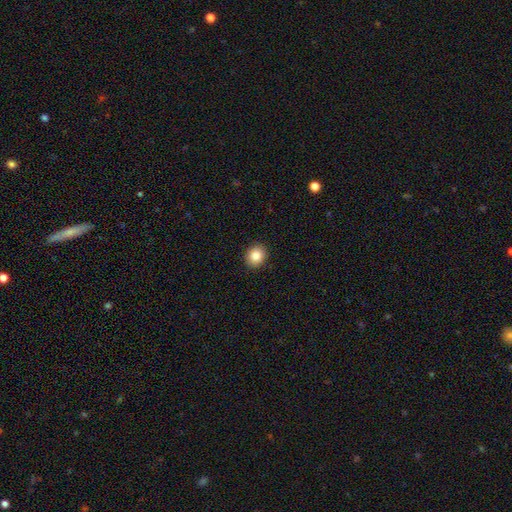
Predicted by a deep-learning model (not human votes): A smooth galaxy with no disk features (86%) that is round (72%). Merging: none (91%).